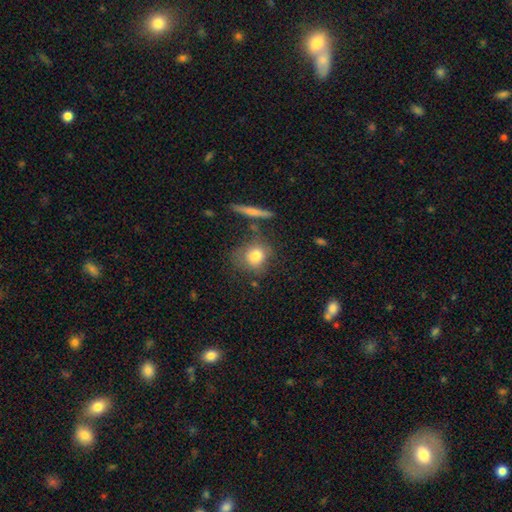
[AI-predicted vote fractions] A smooth galaxy with no disk features (78%) that is round (71%). Merging: none (63%).